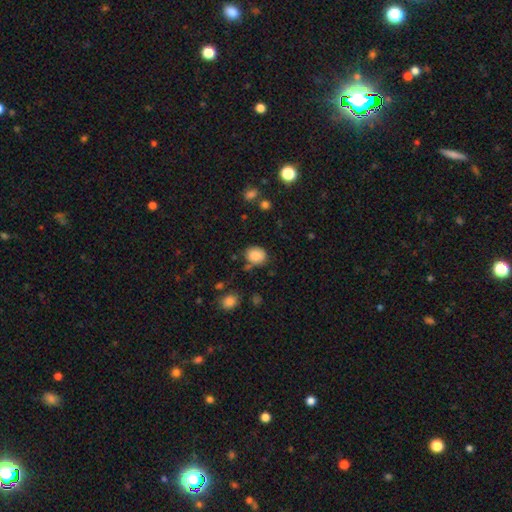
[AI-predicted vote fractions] The model was most divided on "how rounded": round: 62%, in between: 37%, cigar-shaped: 1%. More confident: smooth or featured — smooth (86%); merging — none (77%).